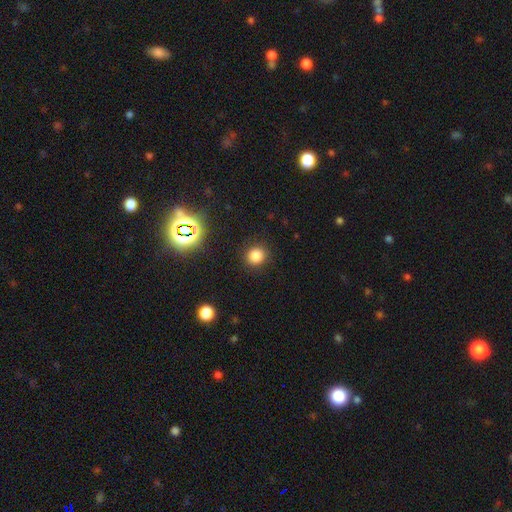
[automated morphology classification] Smooth or featured? Predicted: smooth (p=0.81). How rounded? Predicted: round (p=0.88). Merging? Predicted: none (p=0.90).